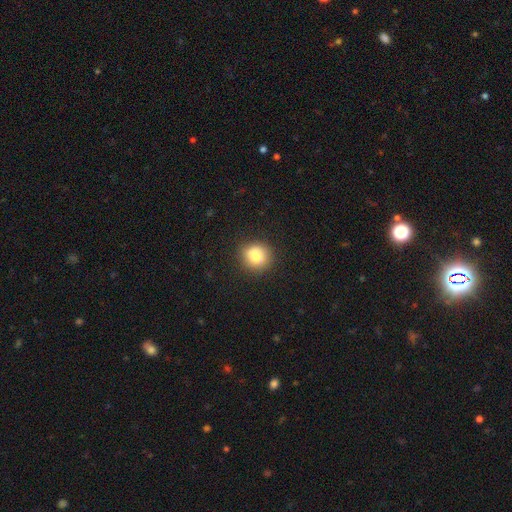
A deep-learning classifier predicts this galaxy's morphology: This is likely a smooth galaxy (77%). How rounded: clearly round (83%). Merging: likely none (67%).